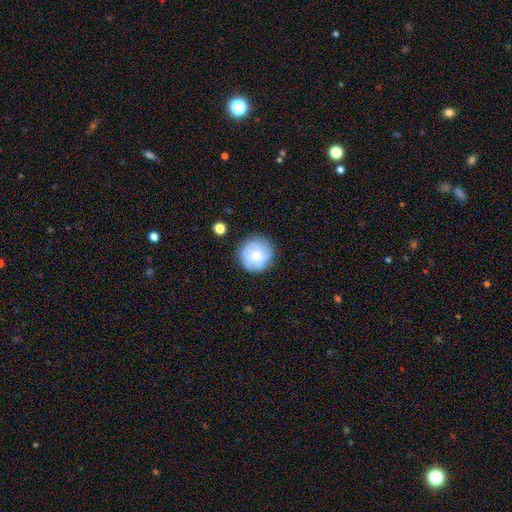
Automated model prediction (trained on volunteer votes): This appears to be a smooth galaxy with no disk features (67%) that is round (94%). Merging: none (80%).